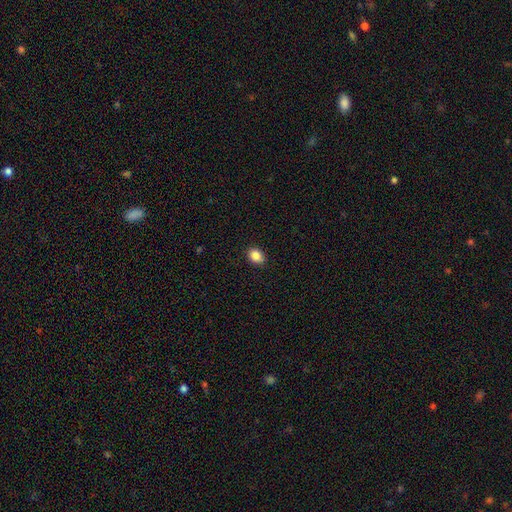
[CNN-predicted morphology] The model was most divided on "how rounded": in between: 60%, round: 39%, cigar-shaped: 1%. More confident: merging — none (87%); smooth or featured — smooth (86%).